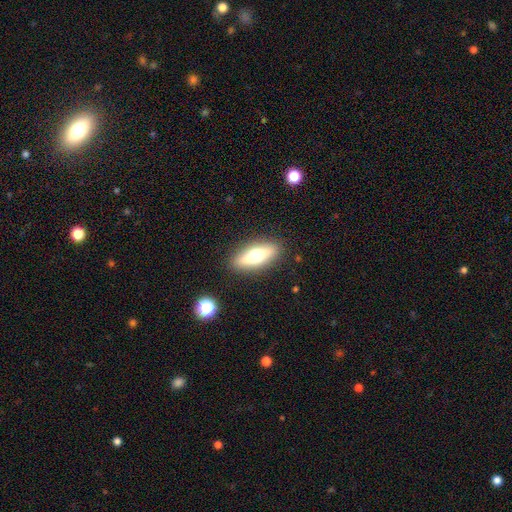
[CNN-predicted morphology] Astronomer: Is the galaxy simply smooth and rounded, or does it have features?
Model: smooth — 50% (runner-up: featured or disk, 42%).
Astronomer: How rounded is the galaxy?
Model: in between — 58% (runner-up: cigar-shaped, 38%).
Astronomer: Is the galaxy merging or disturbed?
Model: none — 88%.